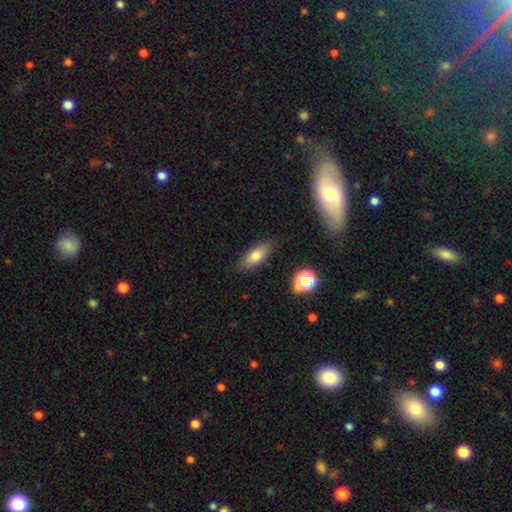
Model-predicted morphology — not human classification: Smooth or featured?
  - smooth: 76% *
  - featured or disk: 15%
  - star or artifact: 9%
How rounded?
  - in between: 75% *
  - cigar-shaped: 21%
  - round: 4%
Merging?
  - none: 84% *
  - minor disturbance: 11%
  - major disturbance: 3%
  - merger: 2%